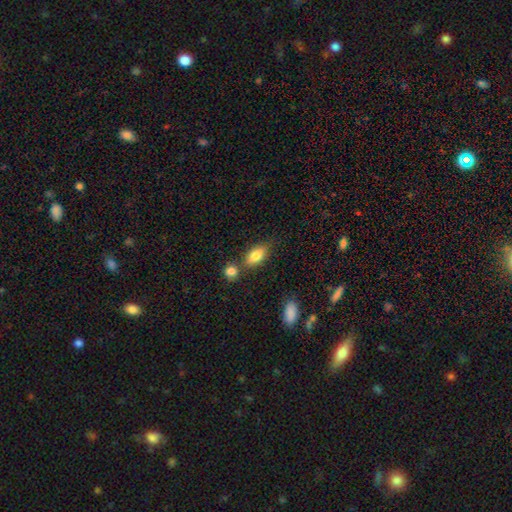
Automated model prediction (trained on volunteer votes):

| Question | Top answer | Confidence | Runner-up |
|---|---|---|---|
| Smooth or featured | smooth | 80% | featured or disk (12%) |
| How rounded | in between | 85% | cigar-shaped (8%) |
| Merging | none | 64% | merger (18%) |